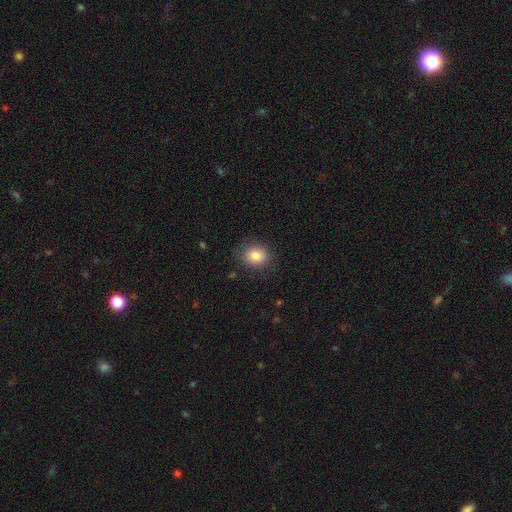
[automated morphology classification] smooth_or_featured: smooth (p=0.82) [alt: star or artifact p=0.10]
how_rounded: round (p=0.55) [alt: in between p=0.44]
merging: none (p=0.82) [alt: minor disturbance p=0.13]